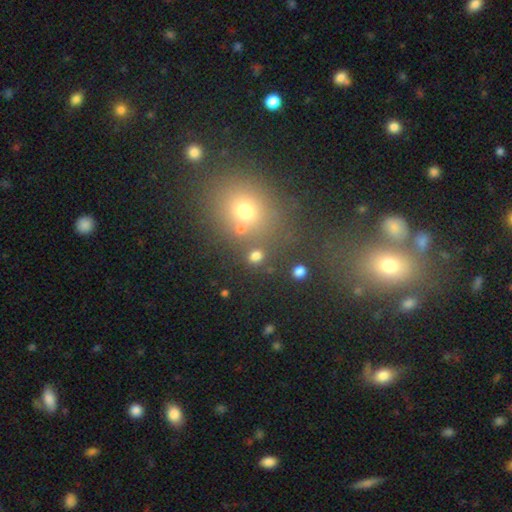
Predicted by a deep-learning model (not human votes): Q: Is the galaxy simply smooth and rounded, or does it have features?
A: smooth — 75%.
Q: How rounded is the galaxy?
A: round — 80%.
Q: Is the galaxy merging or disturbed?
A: none — 78%.